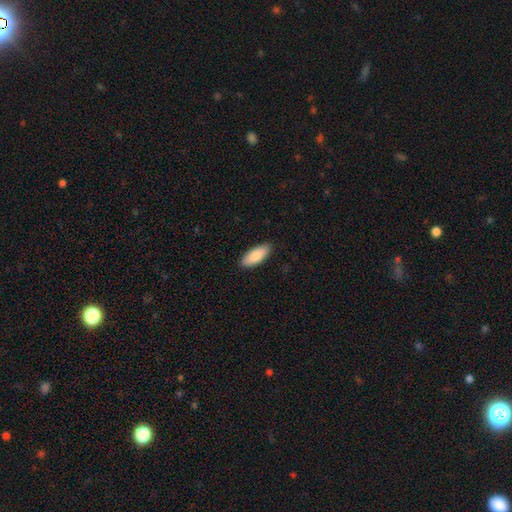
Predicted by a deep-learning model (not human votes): Smooth or featured?
  - smooth: 87% *
  - featured or disk: 8%
  - star or artifact: 5%
How rounded?
  - in between: 78% *
  - cigar-shaped: 20%
  - round: 2%
Merging?
  - none: 89% *
  - minor disturbance: 9%
  - major disturbance: 2%
  - merger: 1%